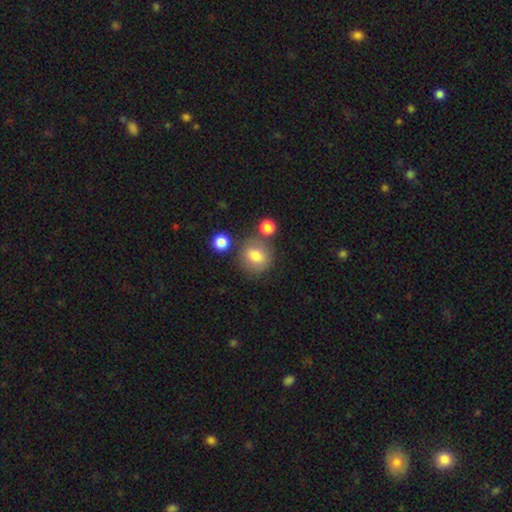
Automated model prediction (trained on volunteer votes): This appears to be a smooth galaxy with no disk features (78%) that is round (78%). Merging: none (72%).